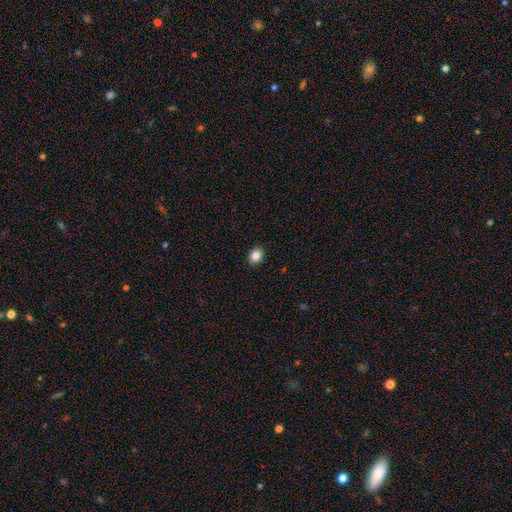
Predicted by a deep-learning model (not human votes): A smooth galaxy with no disk features (85%) that is round (59%). Merging: none (91%).